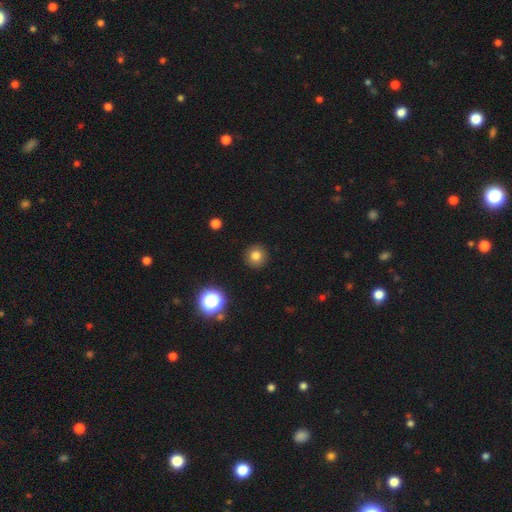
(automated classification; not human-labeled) smooth 79%, star or artifact 14%, featured or disk 7%. Down the decision tree: how rounded — round (94%); merging — none (92%).